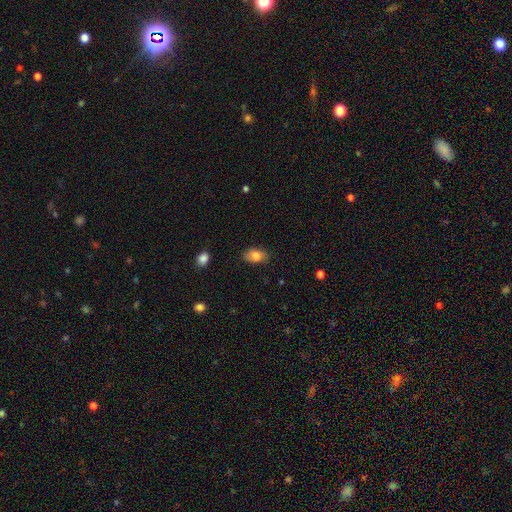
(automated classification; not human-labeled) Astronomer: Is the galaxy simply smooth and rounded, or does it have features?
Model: smooth — 82%.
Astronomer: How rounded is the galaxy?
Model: in between — 85%.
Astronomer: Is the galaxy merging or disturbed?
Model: none — 80%.